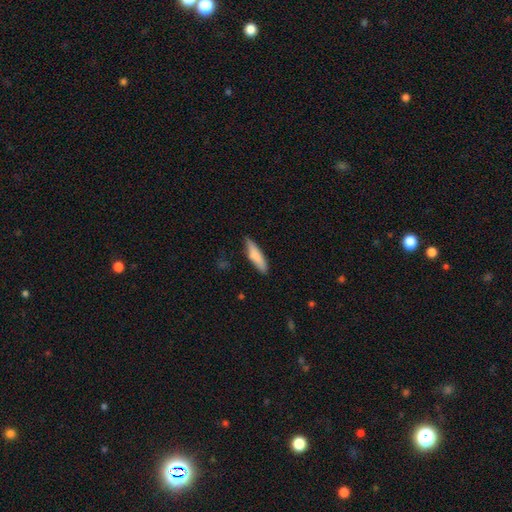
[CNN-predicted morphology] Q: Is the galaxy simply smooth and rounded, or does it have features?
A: smooth — 81%.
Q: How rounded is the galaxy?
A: cigar-shaped — 70%.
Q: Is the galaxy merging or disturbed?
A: none — 77%.